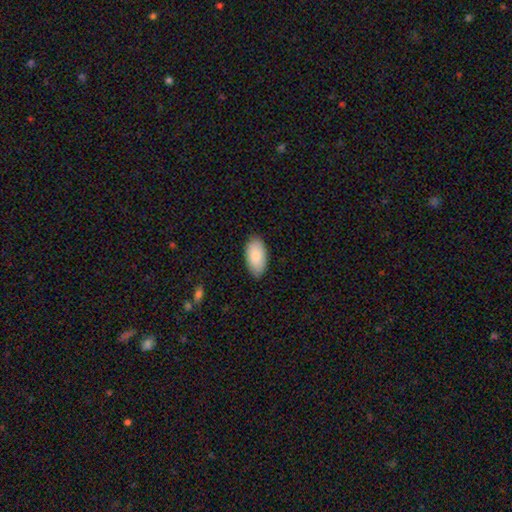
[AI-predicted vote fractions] This is clearly a smooth galaxy (86%). How rounded: clearly in between (96%). Merging: clearly none (84%).